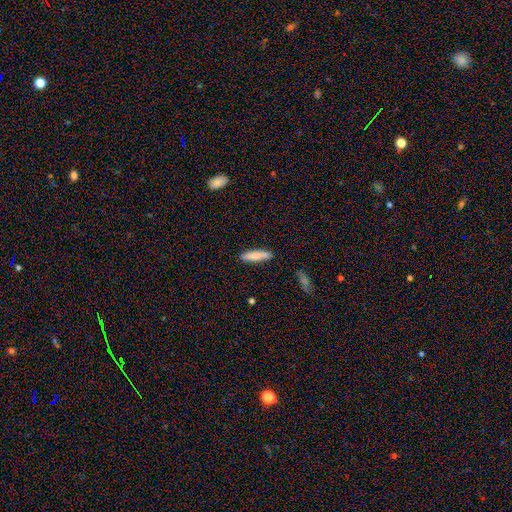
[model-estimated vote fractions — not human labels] Smooth or featured? smooth (81%)
How rounded? cigar-shaped (76%)
Merging? none (87%)